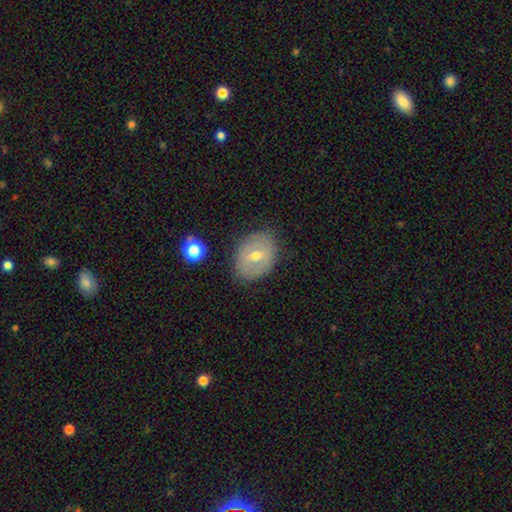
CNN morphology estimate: Smooth or featured? Predicted: smooth (p=0.47). Merging? Predicted: none (p=0.79).